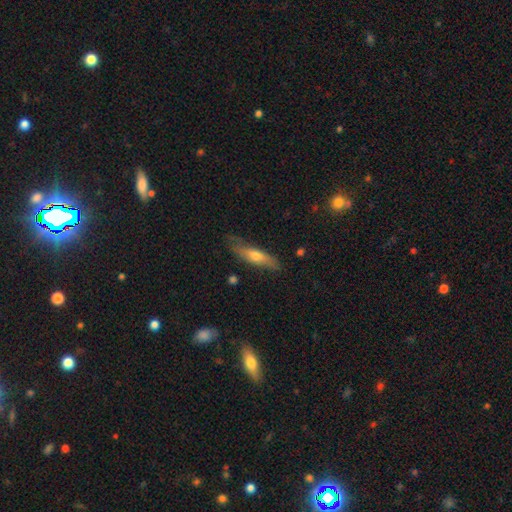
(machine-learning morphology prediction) smooth 52%, featured or disk 42%, star or artifact 6%. Down the decision tree: how rounded — cigar-shaped (72%); merging — none (71%).